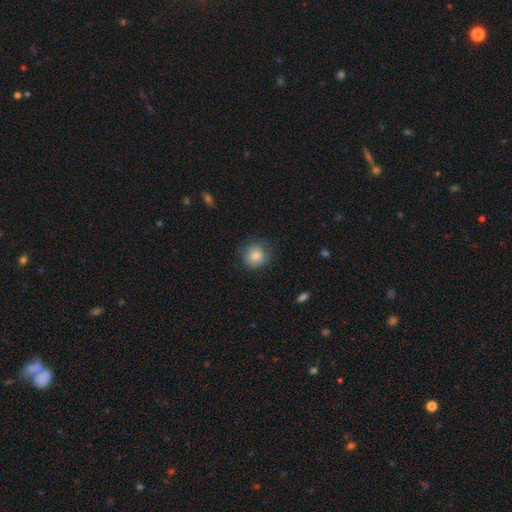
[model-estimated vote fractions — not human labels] The model was most divided on "merging": none: 78%, minor disturbance: 16%, major disturbance: 5%, merger: 1%. More confident: how rounded — round (88%); smooth or featured — smooth (82%).